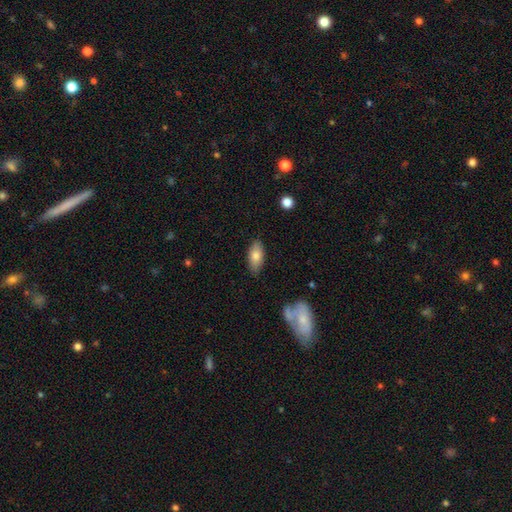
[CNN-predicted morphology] Smooth or featured? Predicted: smooth (p=0.76). How rounded? Predicted: in between (p=0.86). Merging? Predicted: none (p=0.85).